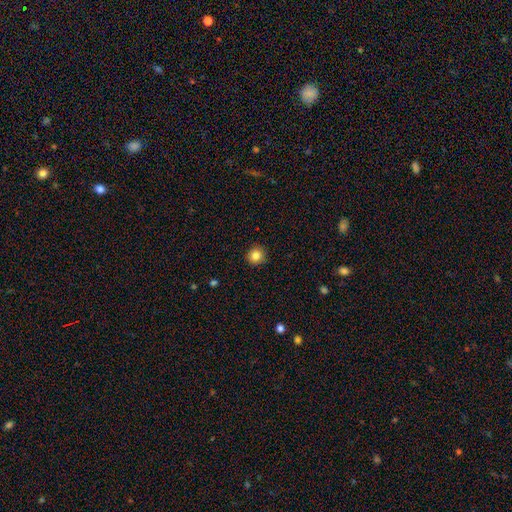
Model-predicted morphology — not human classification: This is clearly a smooth galaxy (84%). How rounded: clearly round (92%). Merging: clearly none (92%).